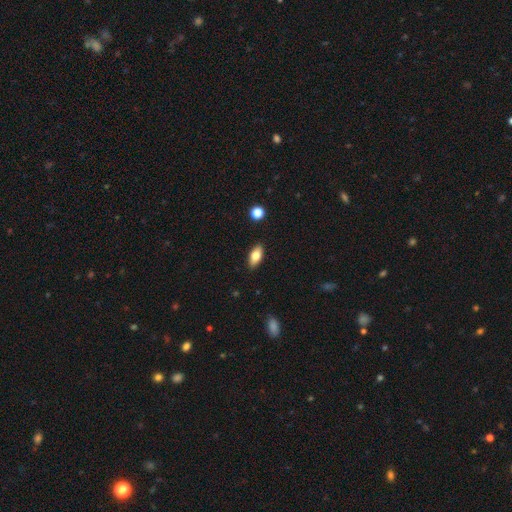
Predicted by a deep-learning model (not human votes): Smooth or featured? smooth (75%)
How rounded? in between (87%)
Merging? none (89%)